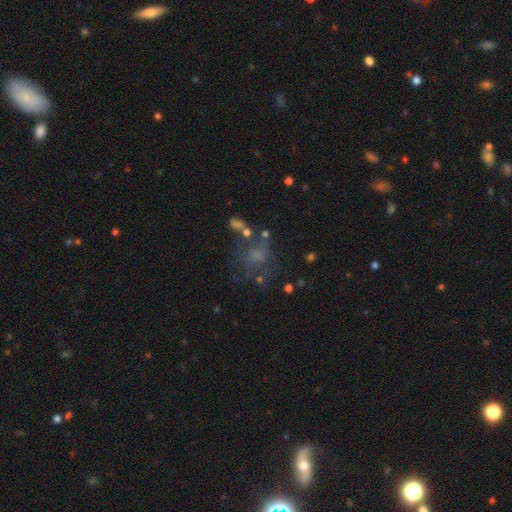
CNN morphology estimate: Smooth or featured? smooth (43%)
Merging? none (45%)